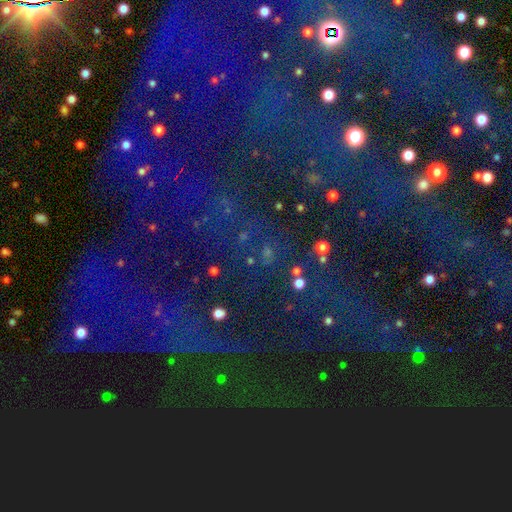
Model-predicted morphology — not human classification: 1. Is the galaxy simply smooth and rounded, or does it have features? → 83% star or artifact, 9% smooth, 8% featured or disk.